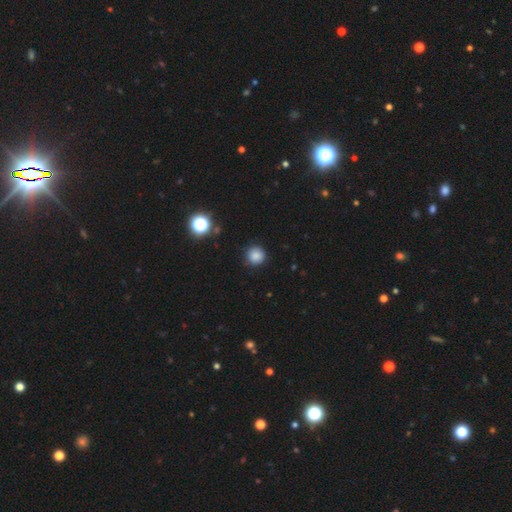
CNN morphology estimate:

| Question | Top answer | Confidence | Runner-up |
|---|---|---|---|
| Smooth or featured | smooth | 83% | star or artifact (13%) |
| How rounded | round | 95% | in between (4%) |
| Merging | none | 88% | minor disturbance (8%) |